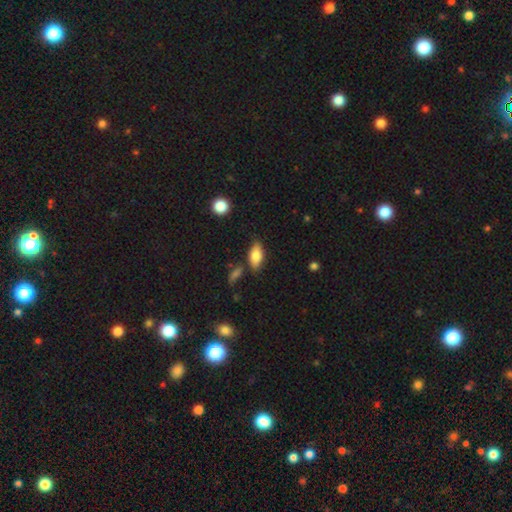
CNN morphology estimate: smooth 77%, featured or disk 15%, star or artifact 7%. Down the decision tree: how rounded — in between (87%); merging — none (75%).